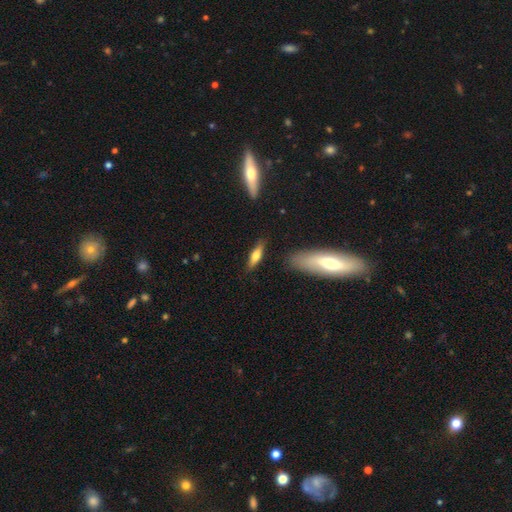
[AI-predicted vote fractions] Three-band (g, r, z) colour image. It shows a smooth galaxy with no disk features (58%) that is cigar-shaped (59%). Merging: none (82%).